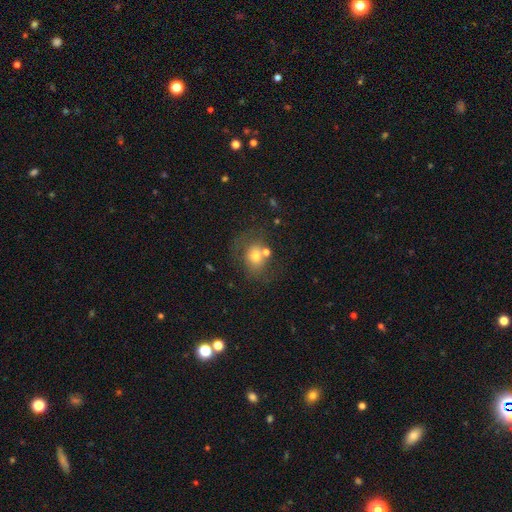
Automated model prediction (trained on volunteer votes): A smooth galaxy with no disk features (65%) that is round (61%). Merging: none (49%).